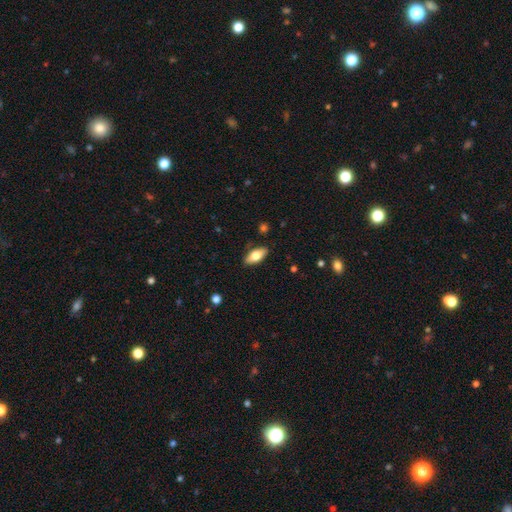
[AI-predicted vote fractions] smooth 71%, featured or disk 22%, star or artifact 7%. Down the decision tree: how rounded — in between (87%); merging — none (86%).